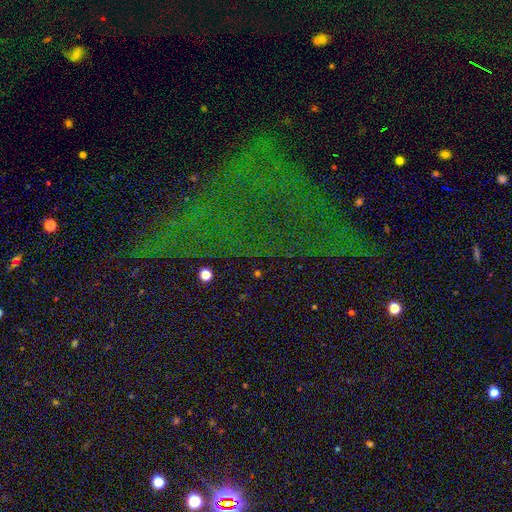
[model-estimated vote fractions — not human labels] A star or artifact, not a galaxy (78%).

Vote fractions:
- Smooth or featured? star or artifact: 78% / smooth: 11% / featured or disk: 11%